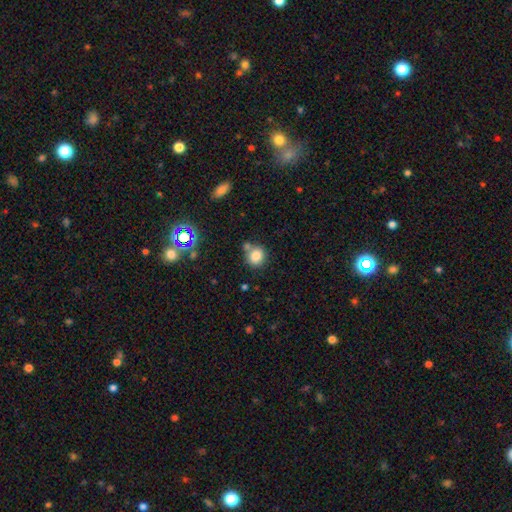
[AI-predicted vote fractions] Overall: smooth (82%). How rounded: round (78%). Merging: none (62%).